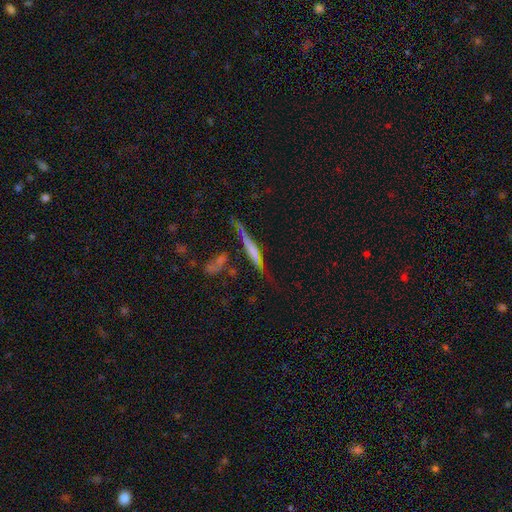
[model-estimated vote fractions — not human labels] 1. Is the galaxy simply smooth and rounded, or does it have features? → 62% featured or disk, 28% smooth, 10% star or artifact.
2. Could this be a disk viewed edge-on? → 92% yes, 8% no.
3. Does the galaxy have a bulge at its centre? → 51% none, 28% rounded, 21% boxy.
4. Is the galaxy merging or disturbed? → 64% none, 17% minor disturbance, 10% merger, 9% major disturbance.